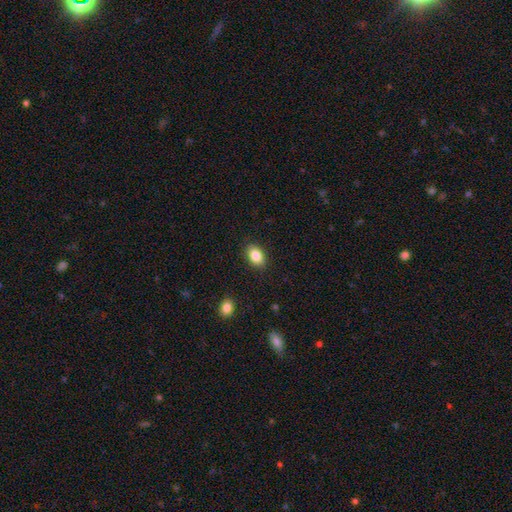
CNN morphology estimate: type=smooth (85%); roundness=in between (82%); merging=none (88%).